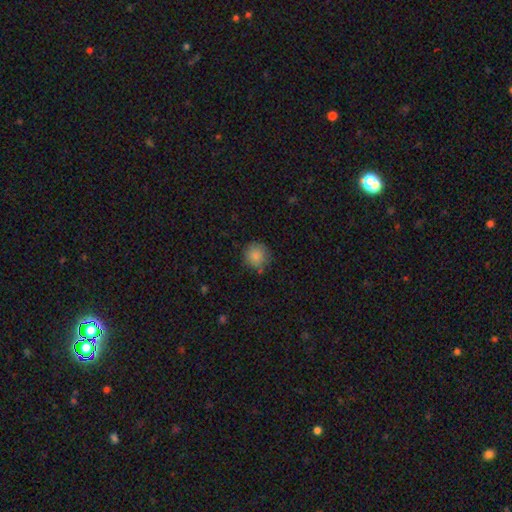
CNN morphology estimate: A smooth galaxy with no disk features (84%) that is round (91%).

Vote fractions:
- Smooth or featured? smooth: 84% / star or artifact: 9% / featured or disk: 6%
- How rounded? round: 91% / in between: 8% / cigar-shaped: 1%
- Merging? none: 76% / minor disturbance: 17% / major disturbance: 4% / merger: 3%